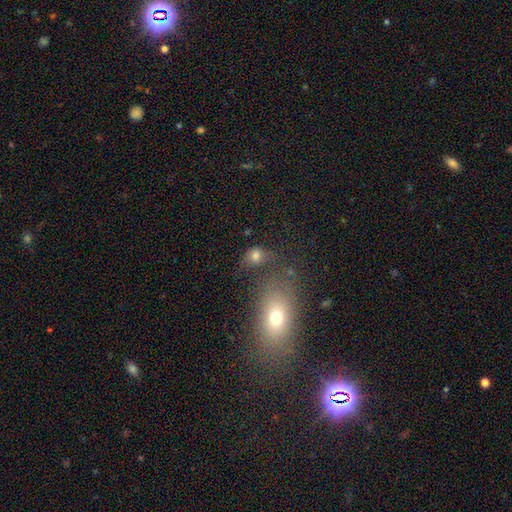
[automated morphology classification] type=smooth (72%); roundness=in between (56%); merging=none (43%).